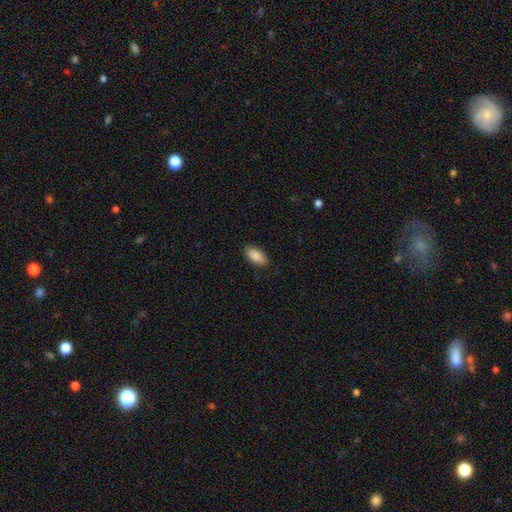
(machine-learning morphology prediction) Smooth or featured? smooth (89%)
How rounded? in between (93%)
Merging? none (87%)